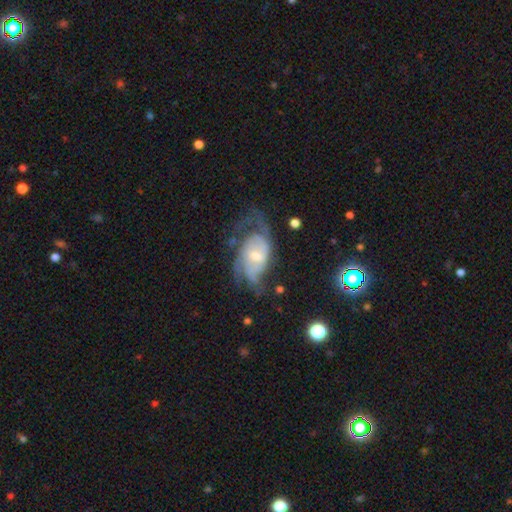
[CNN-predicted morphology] smooth_or_featured: featured or disk (p=0.79) [alt: smooth p=0.15]
disk_edge_on: no (p=0.96) [alt: yes p=0.04]
bar: no (p=0.53) [alt: weak p=0.39]
has_spiral_arms: yes (p=0.89) [alt: no p=0.11]
spiral_winding: medium (p=0.43) [alt: tight p=0.29]
spiral_arm_count: 2 (p=0.42) [alt: can't tell p=0.30]
bulge_size: small (p=0.46) [alt: moderate p=0.45]
merging: none (p=0.43) [alt: major disturbance p=0.33]